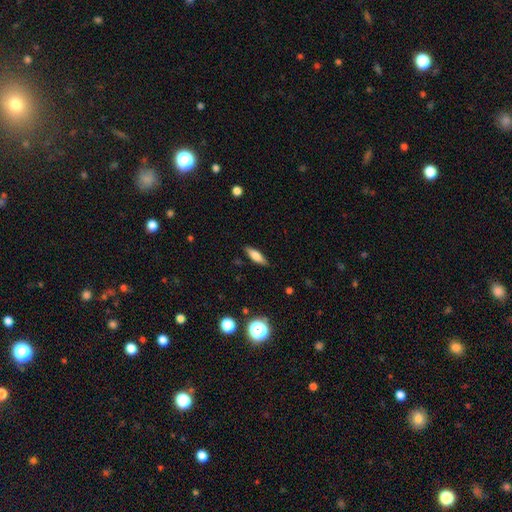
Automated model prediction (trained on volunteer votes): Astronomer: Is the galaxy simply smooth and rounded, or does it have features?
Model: smooth — 70%.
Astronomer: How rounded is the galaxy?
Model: in between — 49% (runner-up: cigar-shaped, 48%).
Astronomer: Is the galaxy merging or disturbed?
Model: none — 85%.